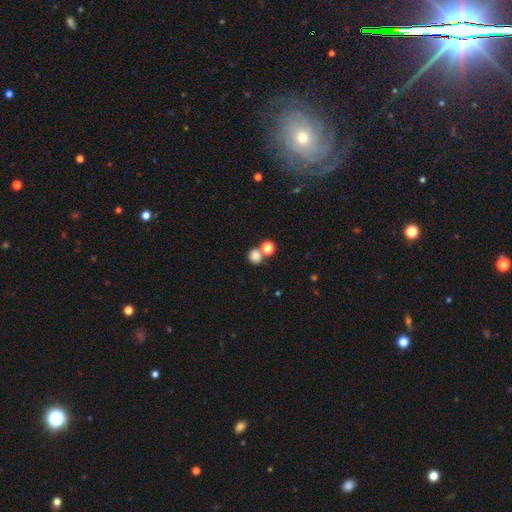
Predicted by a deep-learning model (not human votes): This appears to be a smooth galaxy with no disk features (81%) that is round (84%). Merging: none (56%).